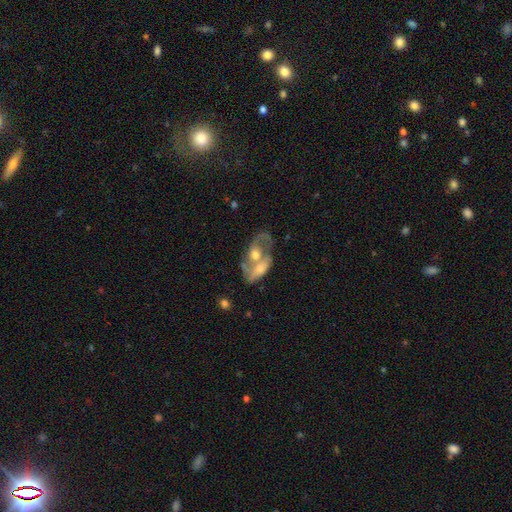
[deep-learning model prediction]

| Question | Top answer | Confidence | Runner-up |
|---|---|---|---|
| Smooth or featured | featured or disk | 62% | smooth (29%) |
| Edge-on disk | no | 92% | yes (8%) |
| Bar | no | 76% | weak (18%) |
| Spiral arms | no | 57% | yes (43%) |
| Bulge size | moderate | 60% | small (21%) |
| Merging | merger | 64% | none (16%) |